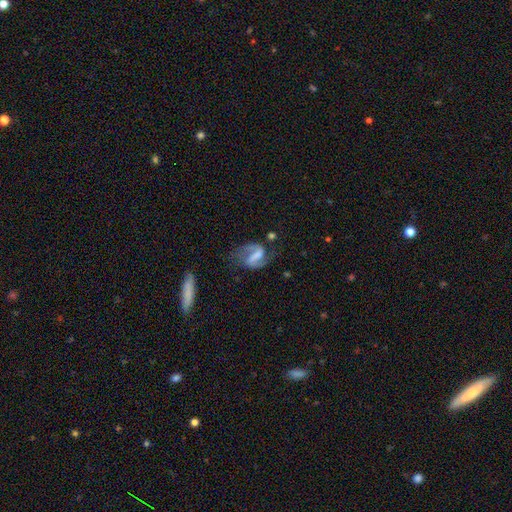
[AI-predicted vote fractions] smooth-or-featured: featured or disk: 83% | smooth: 10% | star or artifact: 6%
  disk-edge-on: no: 98% | yes: 2%
    bar: strong: 53% | weak: 35% | no: 12%
    has-spiral-arms: yes: 94% | no: 6%
      spiral-winding: medium: 48% | loose: 39% | tight: 13%
      spiral-arm-count: 2: 90% | 1: 4% | can't tell: 3% | 3: 1% | 4: 1% | more than 4: 1%
    bulge-size: none: 51% | small: 21% | moderate: 18% | large: 8% | dominant: 2%
  merging: none: 63% | minor disturbance: 19% | major disturbance: 14% | merger: 4%